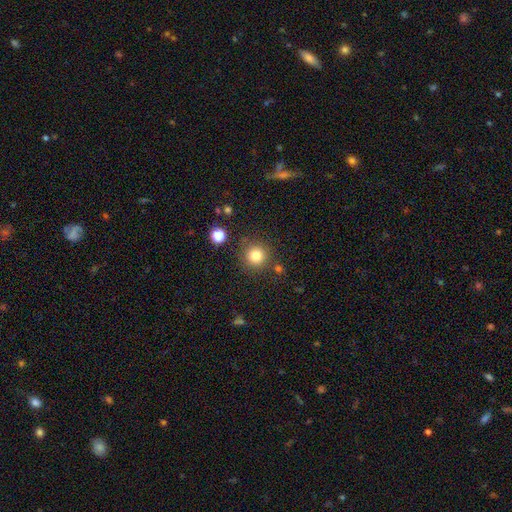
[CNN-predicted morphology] Smooth or featured?
  - smooth: 80% *
  - star or artifact: 13%
  - featured or disk: 7%
How rounded?
  - round: 95% *
  - in between: 4%
  - cigar-shaped: 1%
Merging?
  - none: 85% *
  - minor disturbance: 8%
  - merger: 4%
  - major disturbance: 3%